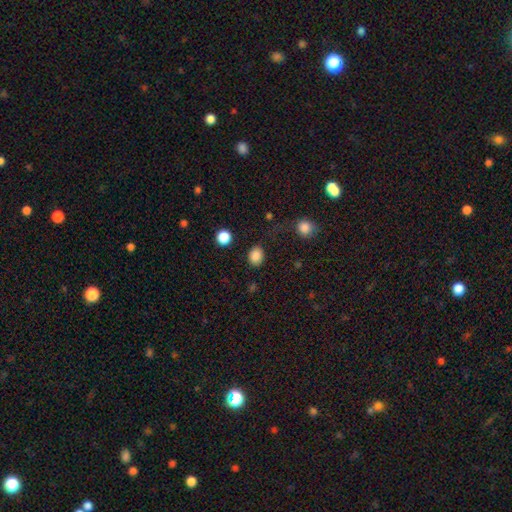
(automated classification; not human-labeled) smooth_or_featured: smooth (p=0.87) [alt: star or artifact p=0.10]
how_rounded: in between (p=0.52) [alt: round p=0.47]
merging: none (p=0.83) [alt: minor disturbance p=0.11]